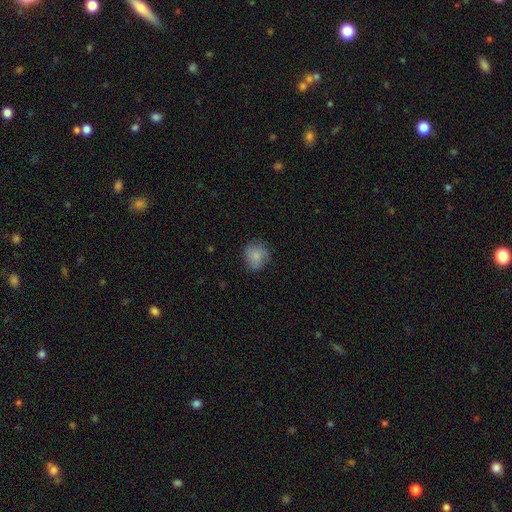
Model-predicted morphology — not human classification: Q: Smooth or featured?
A: smooth (82%); runner-up: featured or disk (10%)
Q: How rounded?
A: round (82%); runner-up: in between (17%)
Q: Merging?
A: none (75%); runner-up: minor disturbance (19%)